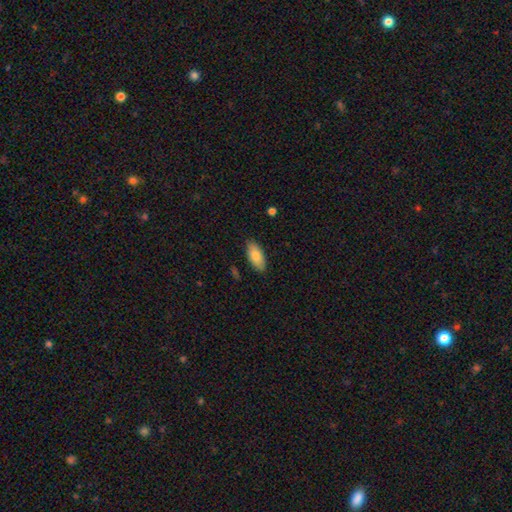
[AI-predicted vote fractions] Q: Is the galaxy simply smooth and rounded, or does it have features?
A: smooth — 81%.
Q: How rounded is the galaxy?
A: in between — 88%.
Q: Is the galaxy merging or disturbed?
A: none — 87%.